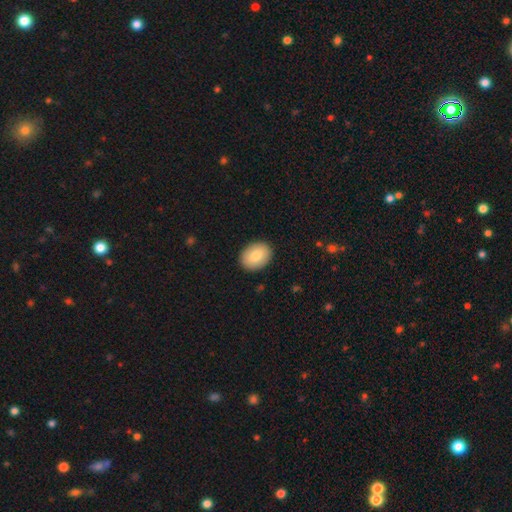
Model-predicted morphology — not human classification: Smooth or featured? Predicted: smooth (p=0.79). How rounded? Predicted: in between (p=0.69). Merging? Predicted: none (p=0.89).